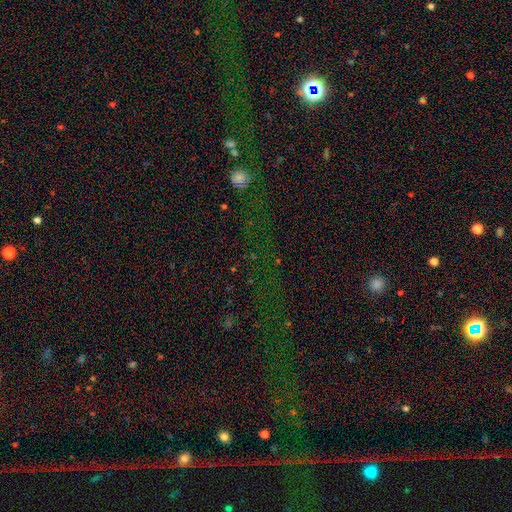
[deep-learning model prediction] Overall: star or artifact (75%).